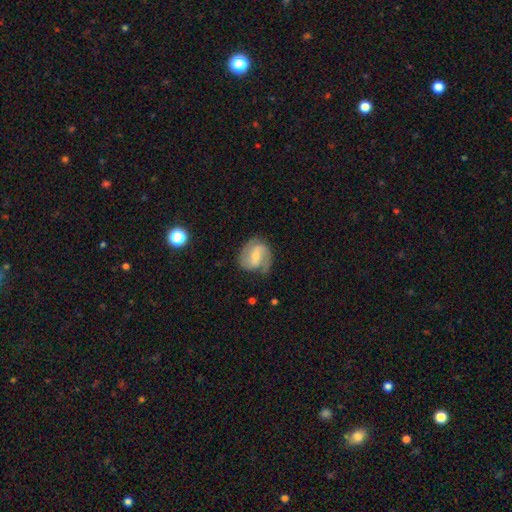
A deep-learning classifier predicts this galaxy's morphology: This appears to be a featured or disk galaxy (72%) with a weak bar (50%), 2 (76%) medium (48%) spiral arms (91%) and a small central bulge (46%). Merging: none (64%).